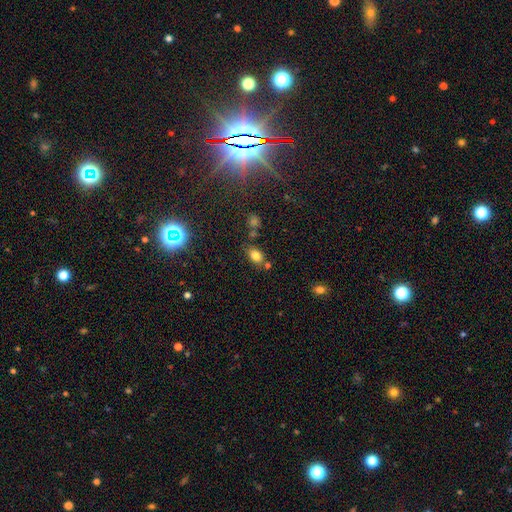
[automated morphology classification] A smooth galaxy with no disk features (78%) that is in between round and cigar-shaped (78%).

Vote fractions:
- Smooth or featured? smooth: 78% / star or artifact: 14% / featured or disk: 8%
- How rounded? in between: 78% / round: 20% / cigar-shaped: 2%
- Merging? none: 68% / minor disturbance: 15% / merger: 13% / major disturbance: 4%